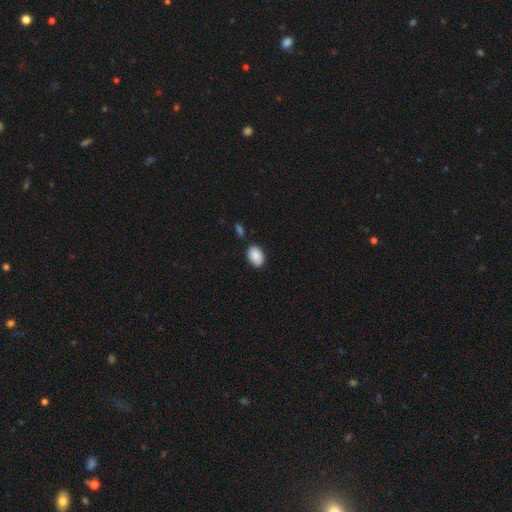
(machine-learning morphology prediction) This appears to be a smooth galaxy with no disk features (89%) that is in between round and cigar-shaped (84%). Merging: none (82%).